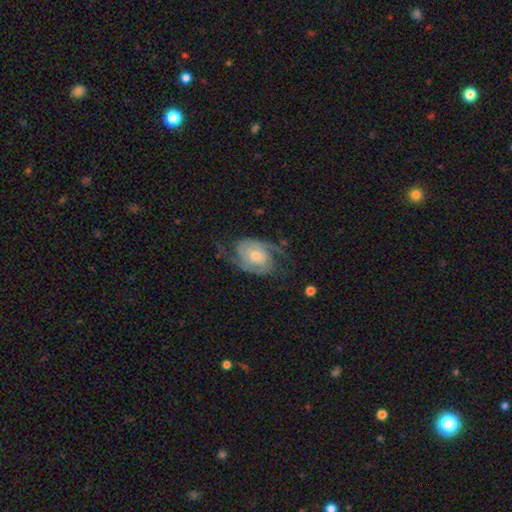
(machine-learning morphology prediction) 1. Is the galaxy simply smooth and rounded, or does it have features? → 86% featured or disk, 8% smooth, 5% star or artifact.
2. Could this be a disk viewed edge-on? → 97% no, 3% yes.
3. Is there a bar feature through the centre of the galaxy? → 69% no, 26% weak, 6% strong.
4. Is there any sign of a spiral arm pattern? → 97% yes, 3% no.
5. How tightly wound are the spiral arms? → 44% medium, 37% tight, 19% loose.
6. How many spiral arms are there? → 87% 2, 5% can't tell, 3% 3, 2% 1, 2% 4, 1% more than 4.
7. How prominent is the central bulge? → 56% moderate, 35% small, 6% large, 2% none, 1% dominant.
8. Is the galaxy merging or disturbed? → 69% none, 18% minor disturbance, 11% major disturbance, 1% merger.